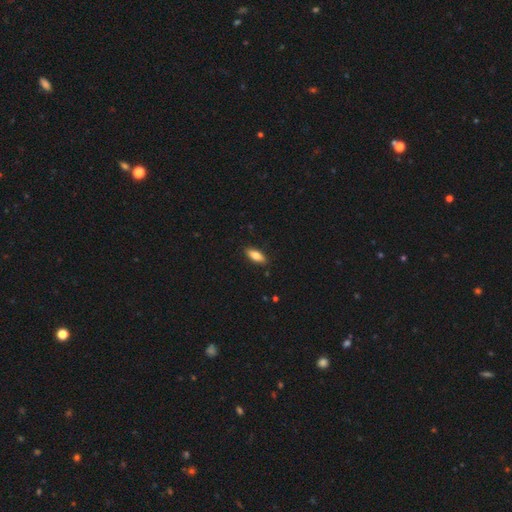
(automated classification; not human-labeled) Smooth or featured: smooth — 75% (featured or disk — 19%)
How rounded: in between — 74% (cigar-shaped — 23%)
Merging: none — 88% (minor disturbance — 9%)